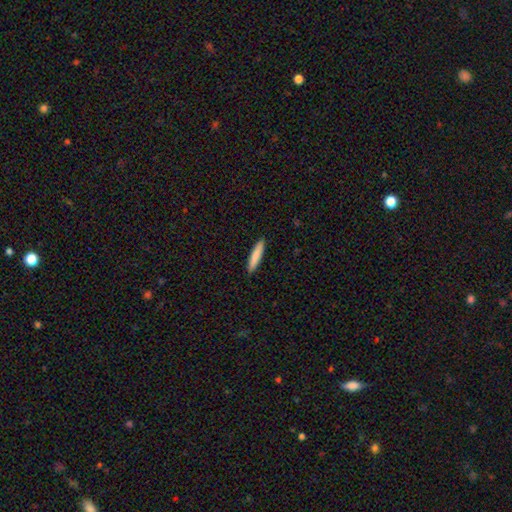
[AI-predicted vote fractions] The model was most divided on "smooth or featured": smooth: 84%, featured or disk: 11%, star or artifact: 6%. More confident: merging — none (91%); how rounded — cigar-shaped (89%).